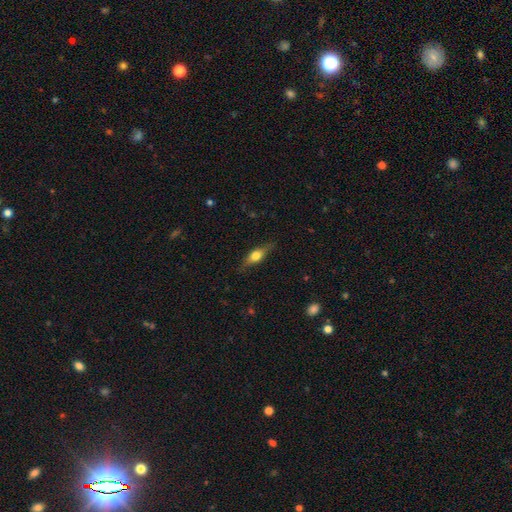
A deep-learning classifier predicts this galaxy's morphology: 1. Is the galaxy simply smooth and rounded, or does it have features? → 48% featured or disk, 45% smooth, 7% star or artifact.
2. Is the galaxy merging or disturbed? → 82% none, 14% minor disturbance, 3% major disturbance, 1% merger.